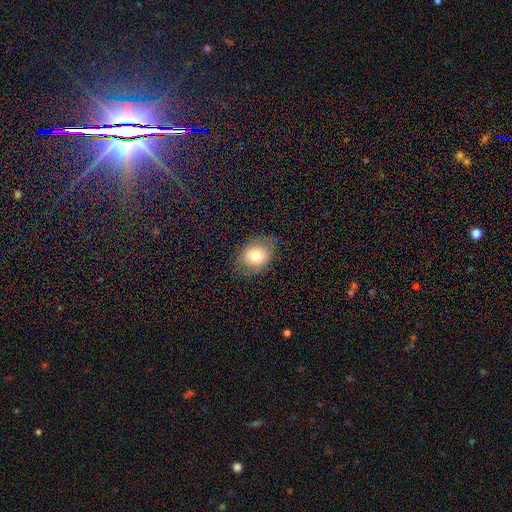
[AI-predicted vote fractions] smooth 72%, featured or disk 19%, star or artifact 9%. Down the decision tree: how rounded — in between (60%); merging — none (71%).